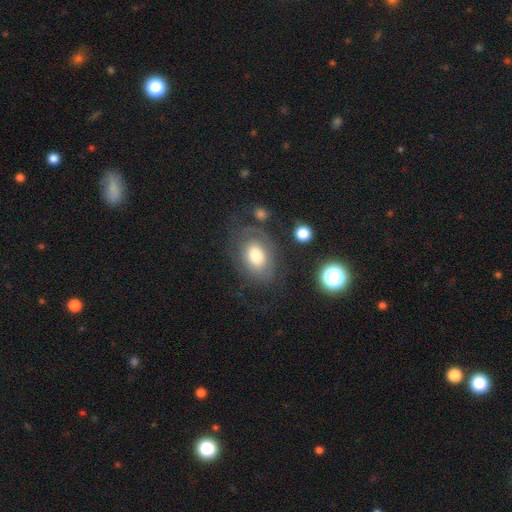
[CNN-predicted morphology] Q: Smooth or featured?
A: smooth (46%); runner-up: featured or disk (45%)
Q: Merging?
A: none (62%); runner-up: minor disturbance (19%)